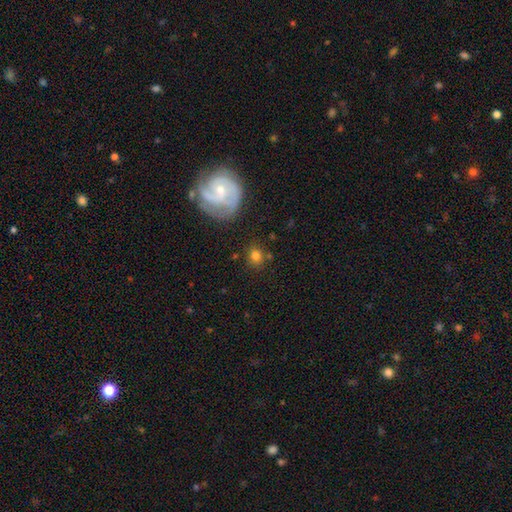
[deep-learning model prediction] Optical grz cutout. It shows a smooth galaxy with no disk features (73%) that is round (71%). Merging: none (78%).